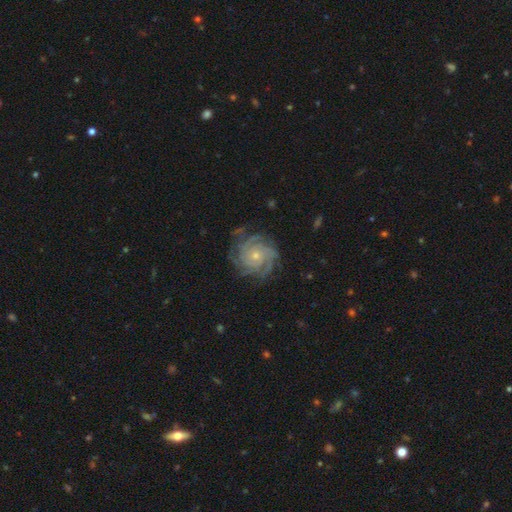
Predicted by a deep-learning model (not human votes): Smooth or featured? featured or disk (87%)
Edge-on disk? no (98%)
Bar? no (80%)
Spiral arms? yes (98%)
Spiral winding? tight (74%)
Spiral arm count? 4 (31%)
Bulge size? small (68%)
Merging? none (79%)